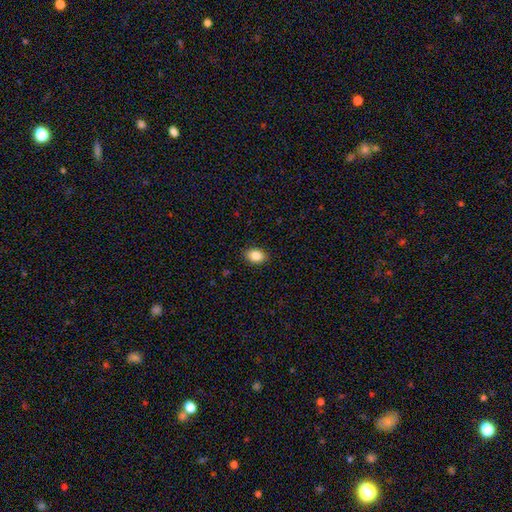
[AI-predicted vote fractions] smooth 86%, star or artifact 9%, featured or disk 5%. Down the decision tree: how rounded — in between (78%); merging — none (90%).